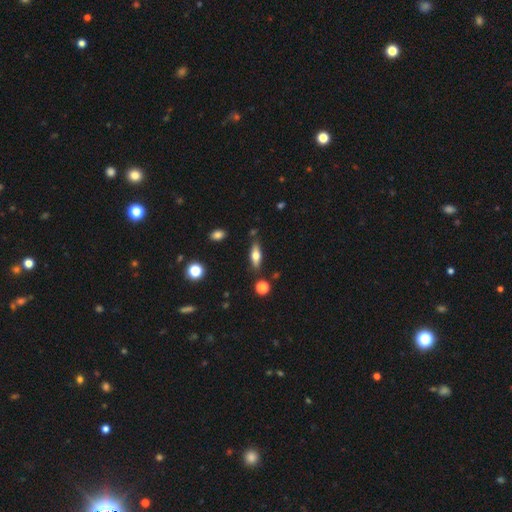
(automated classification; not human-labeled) Smooth or featured?
  - smooth: 56% *
  - featured or disk: 36%
  - star or artifact: 8%
How rounded?
  - in between: 56% *
  - cigar-shaped: 40%
  - round: 4%
Merging?
  - none: 80% *
  - minor disturbance: 12%
  - merger: 4%
  - major disturbance: 3%